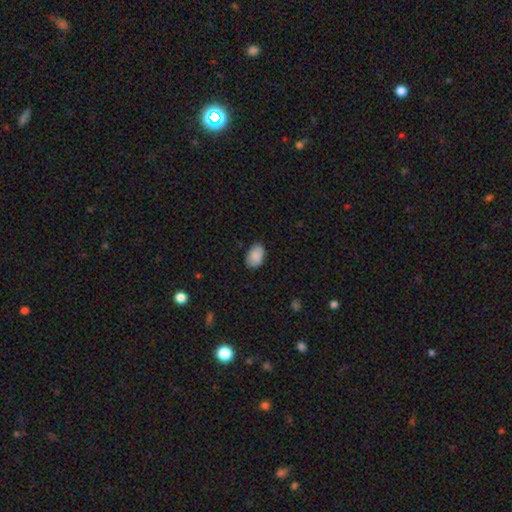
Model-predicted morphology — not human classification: Overall: smooth (89%). How rounded: in between (87%). Merging: none (83%).